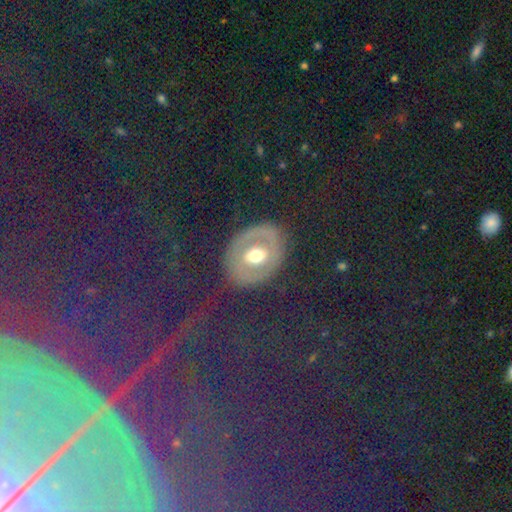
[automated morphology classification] Smooth or featured: featured or disk — 51% (smooth — 35%)
Edge-on disk: no — 93% (yes — 7%)
Merging: none — 75% (minor disturbance — 14%)